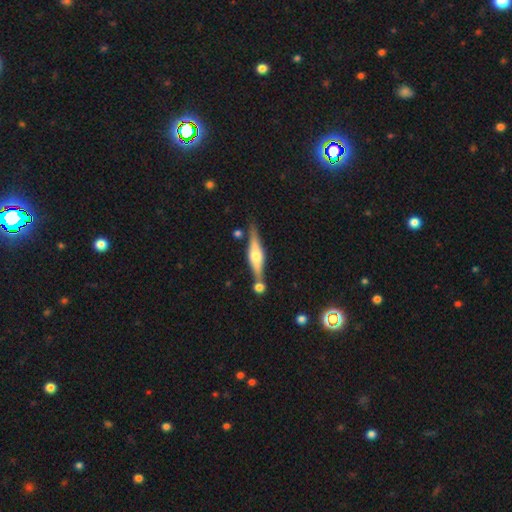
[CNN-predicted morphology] Q: Smooth or featured?
A: featured or disk (72%); runner-up: smooth (21%)
Q: Edge-on disk?
A: yes (96%); runner-up: no (4%)
Q: Edge-on bulge?
A: rounded (89%); runner-up: boxy (9%)
Q: Merging?
A: none (73%); runner-up: merger (13%)